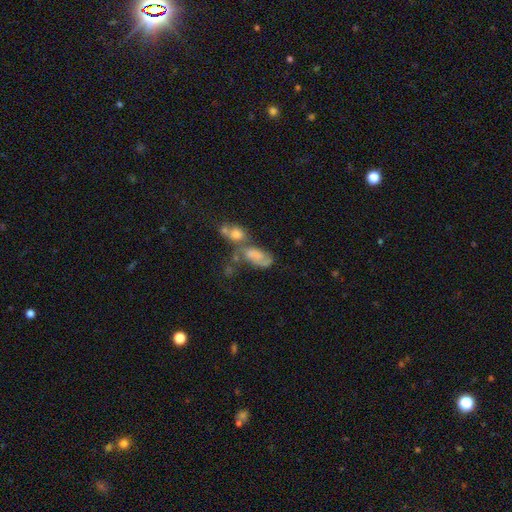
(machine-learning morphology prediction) Overall: smooth (55%; featured or disk 32%). How rounded: in between (85%). Merging: merger (50%; none 20%).